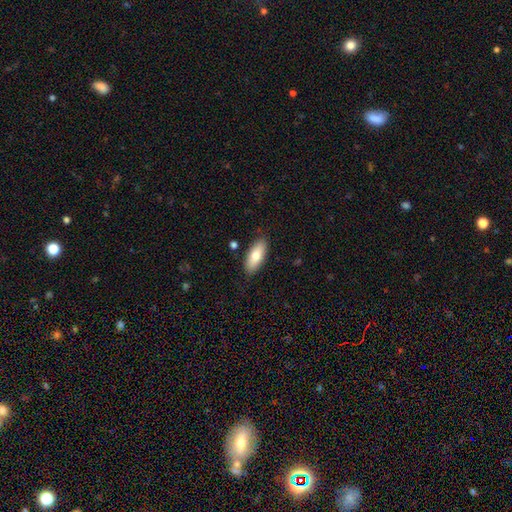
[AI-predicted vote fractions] Smooth or featured? Predicted: smooth (p=0.76). How rounded? Predicted: in between (p=0.82). Merging? Predicted: none (p=0.86).